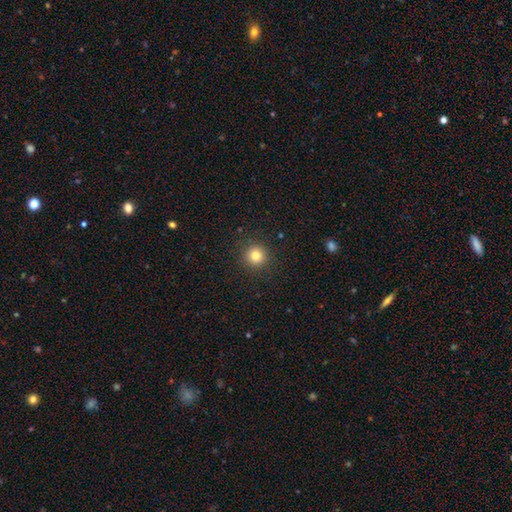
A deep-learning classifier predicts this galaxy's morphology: smooth_or_featured: smooth (p=0.81) [alt: star or artifact p=0.13]
how_rounded: round (p=0.95) [alt: in between p=0.04]
merging: none (p=0.91) [alt: minor disturbance p=0.06]